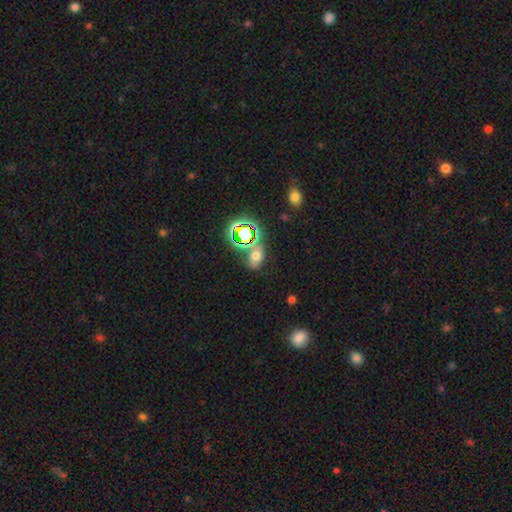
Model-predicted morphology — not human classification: Smooth or featured? smooth (51%)
How rounded? in between (76%)
Merging? none (58%)